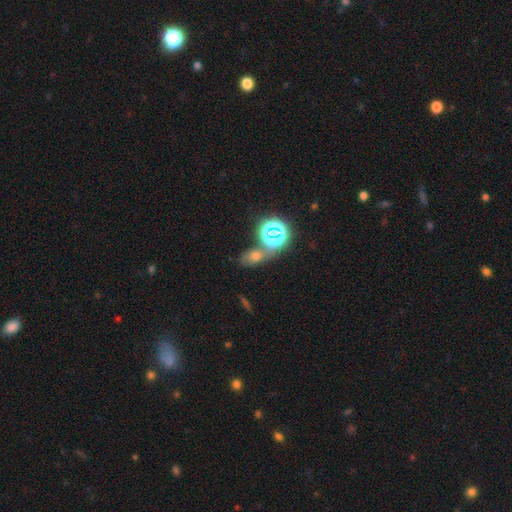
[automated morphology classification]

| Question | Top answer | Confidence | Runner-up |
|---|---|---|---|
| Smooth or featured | smooth | 47% | star or artifact (39%) |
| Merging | none | 51% | merger (27%) |